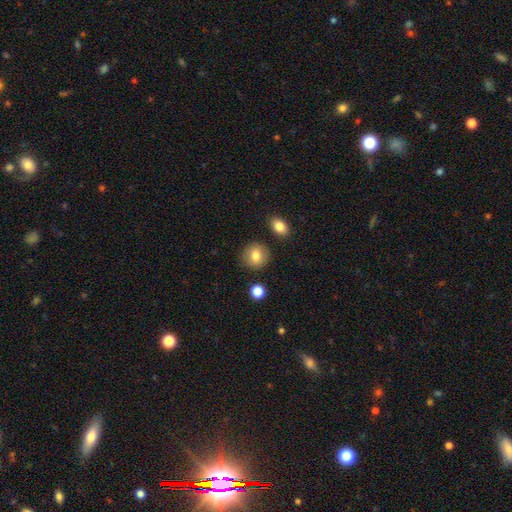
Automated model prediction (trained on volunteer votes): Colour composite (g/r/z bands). It shows a smooth galaxy with no disk features (82%) that is round (87%). Merging: none (87%).